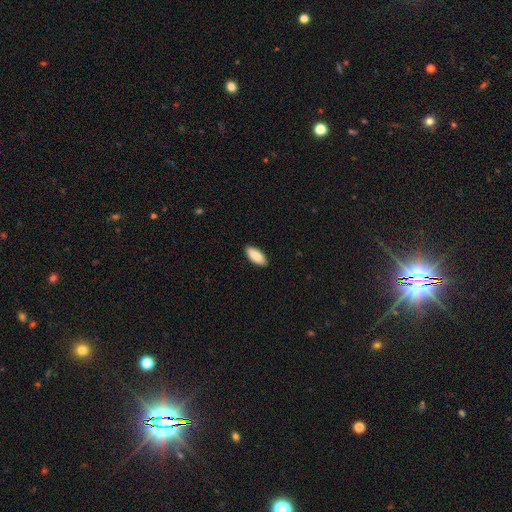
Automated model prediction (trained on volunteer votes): Smooth or featured?
  - smooth: 89% *
  - featured or disk: 6%
  - star or artifact: 5%
How rounded?
  - in between: 86% *
  - cigar-shaped: 12%
  - round: 2%
Merging?
  - none: 90% *
  - minor disturbance: 7%
  - major disturbance: 2%
  - merger: 1%